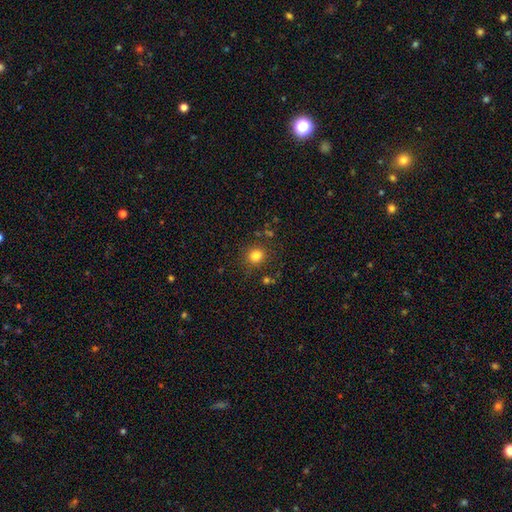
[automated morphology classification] Smooth or featured? smooth (81%)
How rounded? round (87%)
Merging? none (85%)